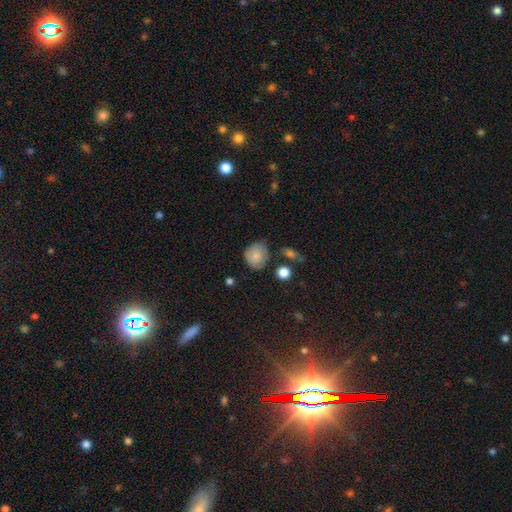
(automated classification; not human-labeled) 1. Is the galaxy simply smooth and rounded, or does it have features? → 81% smooth, 11% featured or disk, 8% star or artifact.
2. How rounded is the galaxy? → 76% round, 23% in between, 1% cigar-shaped.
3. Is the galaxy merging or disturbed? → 64% none, 26% minor disturbance, 6% major disturbance, 4% merger.